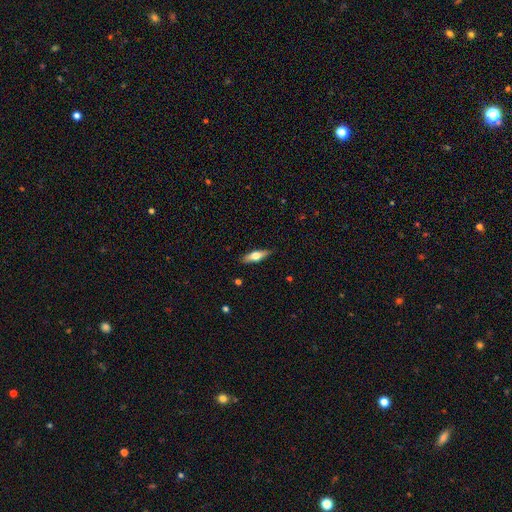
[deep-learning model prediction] smooth_or_featured: smooth (p=0.53) [alt: featured or disk p=0.41]
how_rounded: cigar-shaped (p=0.54) [alt: in between p=0.44]
merging: none (p=0.86) [alt: minor disturbance p=0.11]